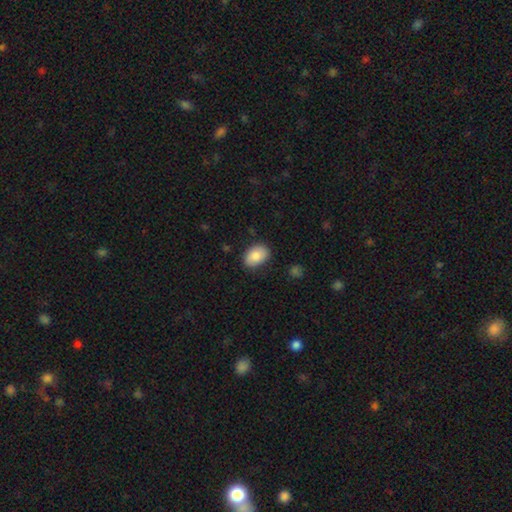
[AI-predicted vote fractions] Overall: smooth (85%). How rounded: in between (83%). Merging: none (81%).